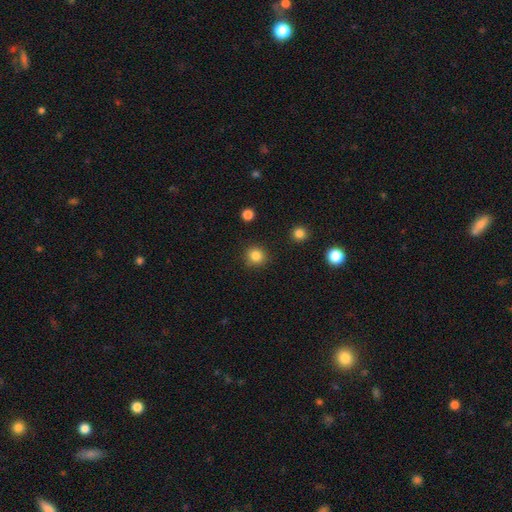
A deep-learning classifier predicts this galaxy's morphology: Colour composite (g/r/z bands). It shows a smooth galaxy with no disk features (84%) that is round (91%). Merging: none (90%).